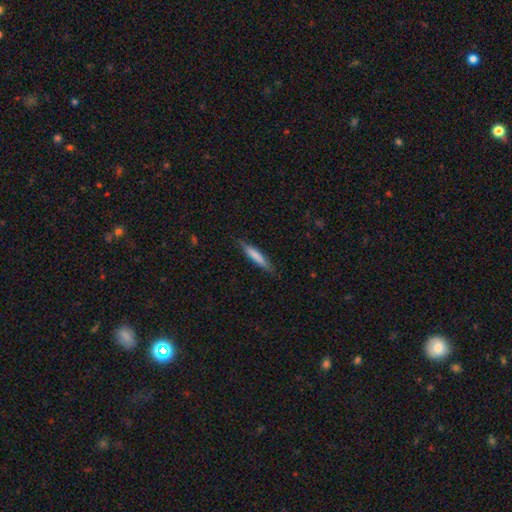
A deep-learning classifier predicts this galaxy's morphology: Smooth or featured: smooth — 72% (featured or disk — 22%)
How rounded: cigar-shaped — 89% (in between — 10%)
Merging: none — 83% (minor disturbance — 13%)